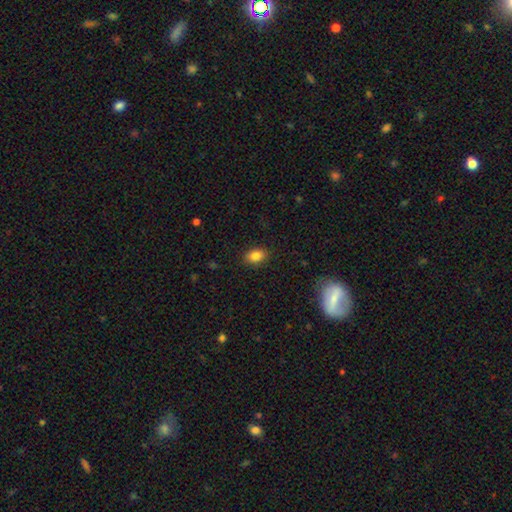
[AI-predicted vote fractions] This appears to be a smooth galaxy with no disk features (84%) that is in between round and cigar-shaped (81%). Merging: none (87%).